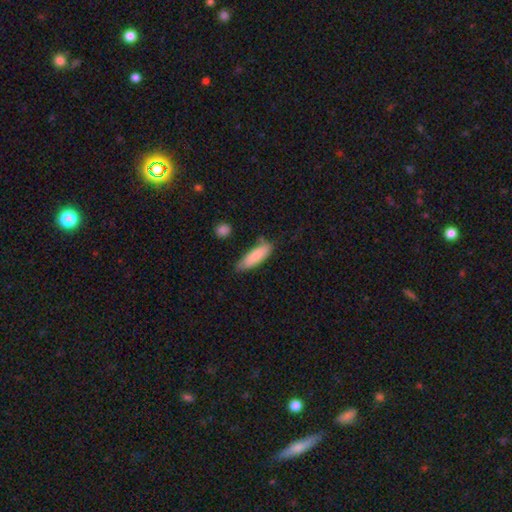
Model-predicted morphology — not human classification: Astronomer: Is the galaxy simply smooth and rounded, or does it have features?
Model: smooth — 85%.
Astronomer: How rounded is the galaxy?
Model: cigar-shaped — 50% (runner-up: in between, 49%).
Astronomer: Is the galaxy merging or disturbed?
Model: none — 71%.